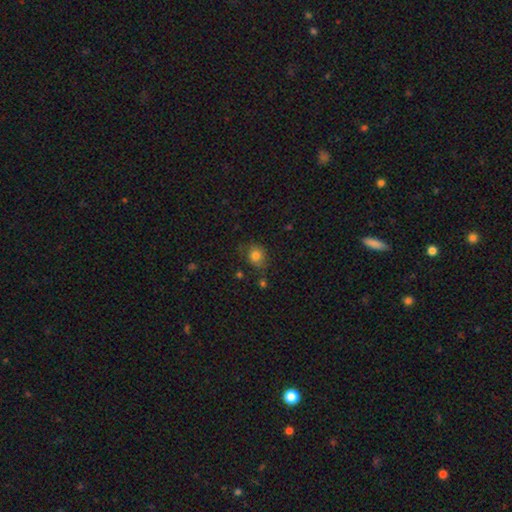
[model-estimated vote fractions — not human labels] Morphology: type=smooth (80%); roundness=round (68%); merging=none (70%).